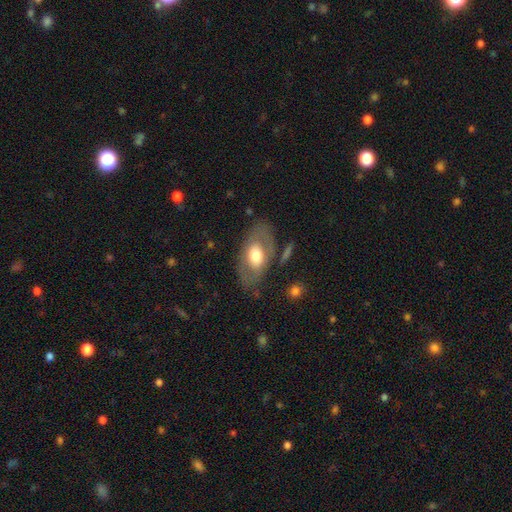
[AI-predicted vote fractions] Smooth or featured? Predicted: smooth (p=0.52). How rounded? Predicted: in between (p=0.90). Merging? Predicted: none (p=0.72).